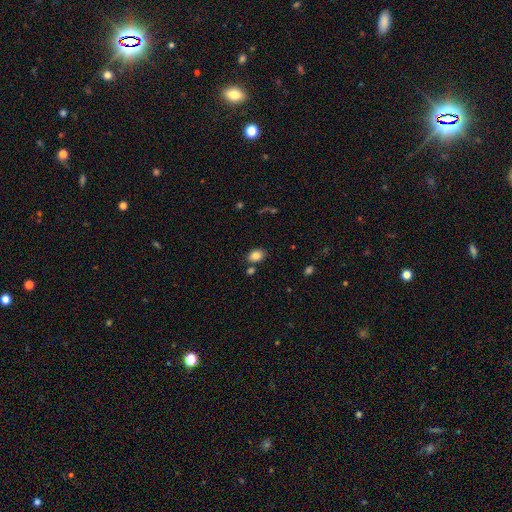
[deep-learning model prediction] Smooth or featured: smooth — 84% (star or artifact — 9%)
How rounded: in between — 80% (round — 19%)
Merging: none — 77% (minor disturbance — 12%)